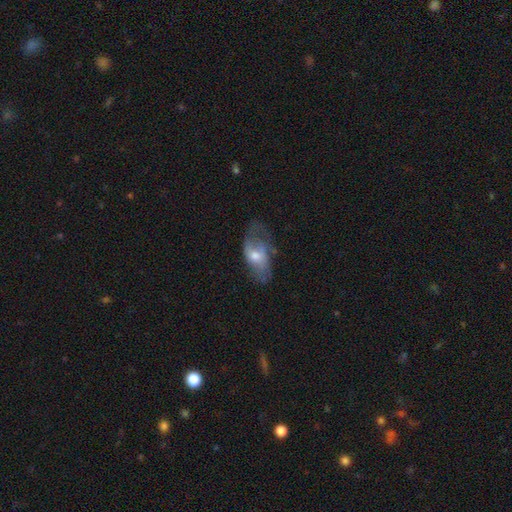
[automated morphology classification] featured or disk 51%, smooth 41%, star or artifact 8%. Down the decision tree: edge-on disk — no (91%); merging — none (40%).